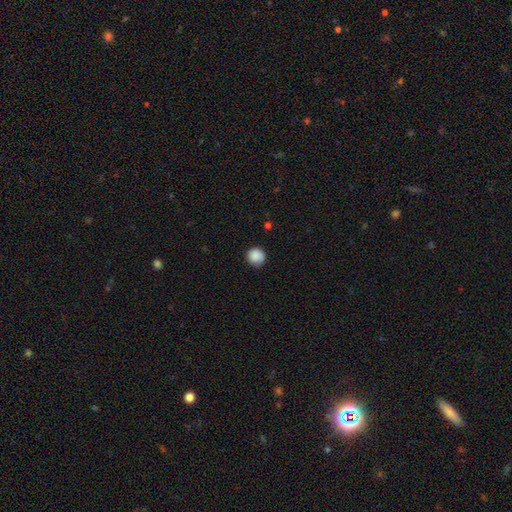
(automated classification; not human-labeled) Smooth or featured?
  - smooth: 88% *
  - star or artifact: 9%
  - featured or disk: 3%
How rounded?
  - round: 93% *
  - in between: 6%
  - cigar-shaped: 1%
Merging?
  - none: 85% *
  - minor disturbance: 11%
  - major disturbance: 2%
  - merger: 1%